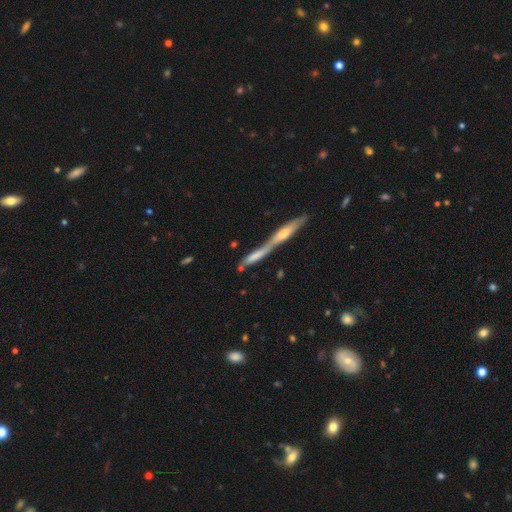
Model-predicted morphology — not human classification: A smooth galaxy with no disk features (54%) that is cigar-shaped (82%). Merging: merger (58%).